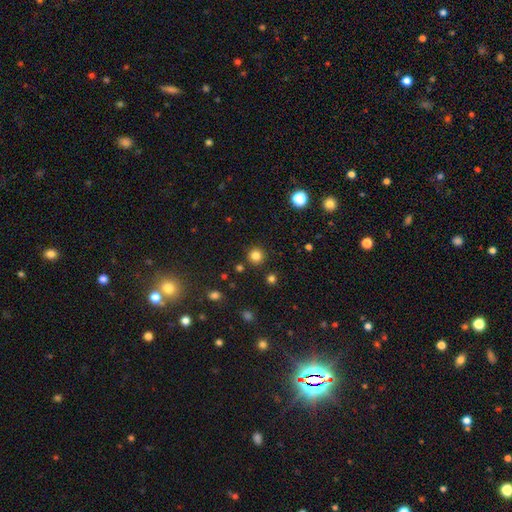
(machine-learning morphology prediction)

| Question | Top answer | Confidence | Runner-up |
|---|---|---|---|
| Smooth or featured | smooth | 83% | star or artifact (13%) |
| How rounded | round | 95% | in between (4%) |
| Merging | none | 90% | minor disturbance (5%) |